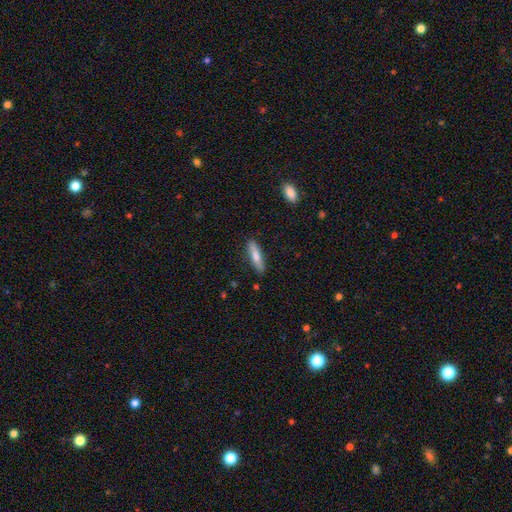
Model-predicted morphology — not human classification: type=smooth (73%); roundness=cigar-shaped (72%); merging=none (85%).